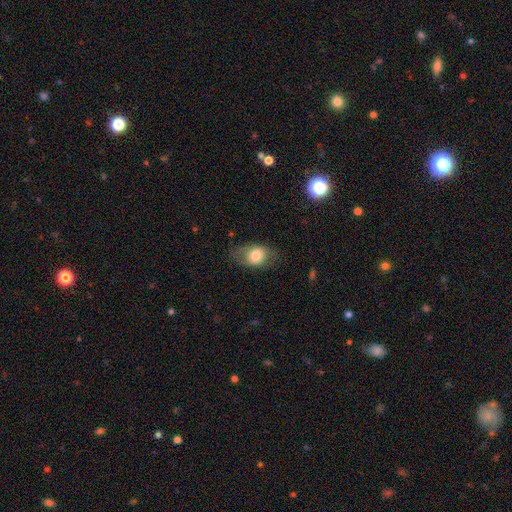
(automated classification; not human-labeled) Morphology: type=smooth (73%); roundness=in between (72%); merging=none (69%).